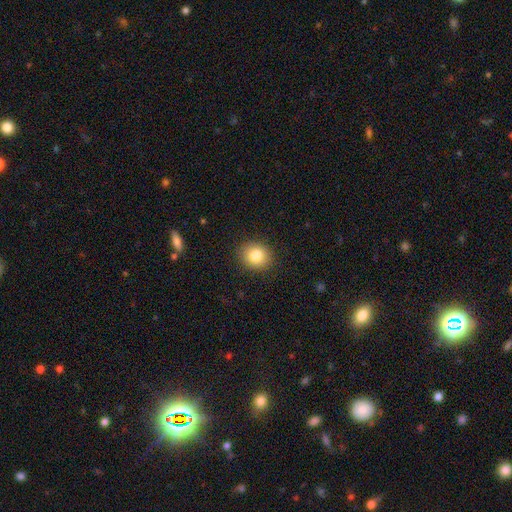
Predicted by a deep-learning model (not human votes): The model was most divided on "how rounded": round: 76%, in between: 23%, cigar-shaped: 1%. More confident: merging — none (90%); smooth or featured — smooth (82%).